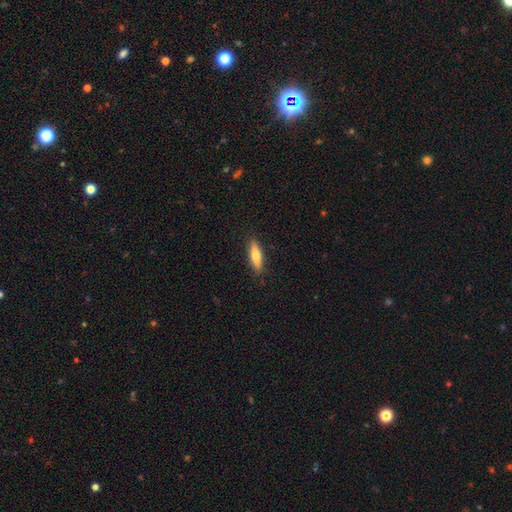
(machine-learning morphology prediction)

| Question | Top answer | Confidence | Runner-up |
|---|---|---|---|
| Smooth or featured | smooth | 63% | featured or disk (31%) |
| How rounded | cigar-shaped | 62% | in between (36%) |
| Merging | none | 88% | minor disturbance (9%) |